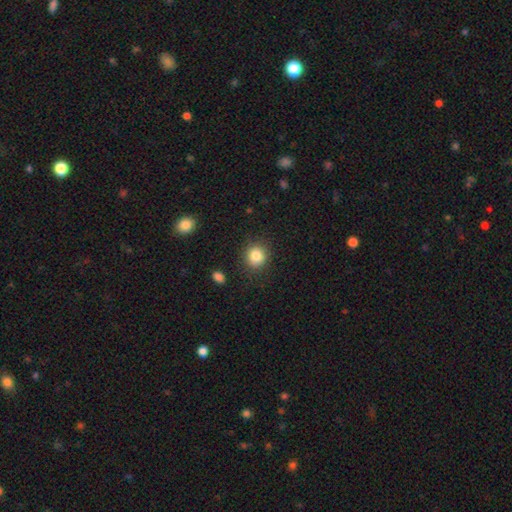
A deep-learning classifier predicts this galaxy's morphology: Q: Smooth or featured?
A: smooth (84%); runner-up: star or artifact (10%)
Q: How rounded?
A: round (85%); runner-up: in between (14%)
Q: Merging?
A: none (87%); runner-up: minor disturbance (9%)